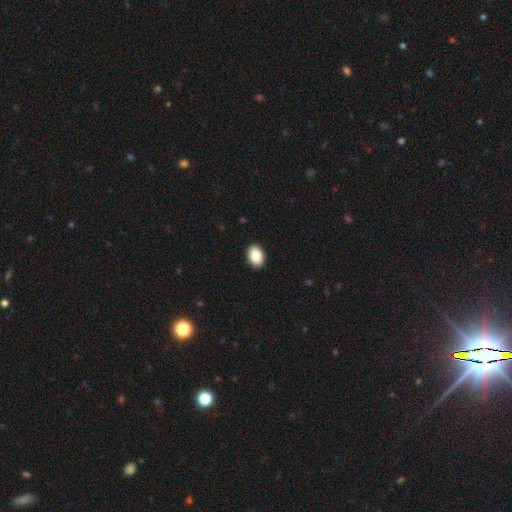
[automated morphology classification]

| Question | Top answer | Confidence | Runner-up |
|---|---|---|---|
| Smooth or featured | smooth | 88% | star or artifact (7%) |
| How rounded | in between | 80% | round (19%) |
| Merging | none | 91% | minor disturbance (6%) |